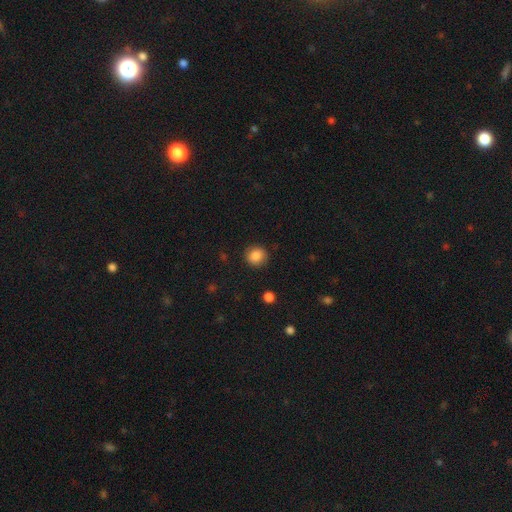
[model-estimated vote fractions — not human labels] Q: Smooth or featured?
A: smooth (86%); runner-up: star or artifact (10%)
Q: How rounded?
A: round (87%); runner-up: in between (12%)
Q: Merging?
A: none (88%); runner-up: minor disturbance (9%)